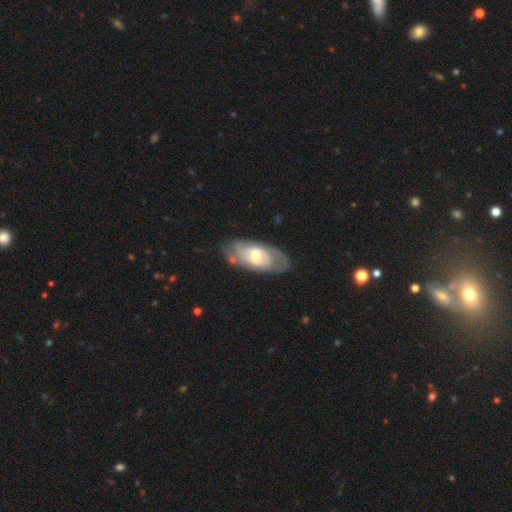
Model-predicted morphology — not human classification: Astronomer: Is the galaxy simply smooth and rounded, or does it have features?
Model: featured or disk — 71%.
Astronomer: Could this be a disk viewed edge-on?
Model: no — 92%.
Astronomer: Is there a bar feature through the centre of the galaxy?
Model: weak — 47% (runner-up: no, 39%).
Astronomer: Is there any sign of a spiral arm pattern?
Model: yes — 80%.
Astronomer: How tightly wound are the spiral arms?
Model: tight — 55% (runner-up: medium, 34%).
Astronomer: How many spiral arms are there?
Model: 2 — 45% (runner-up: can't tell, 40%).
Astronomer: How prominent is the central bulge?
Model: moderate — 57%.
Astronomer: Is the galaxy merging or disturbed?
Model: none — 69%.